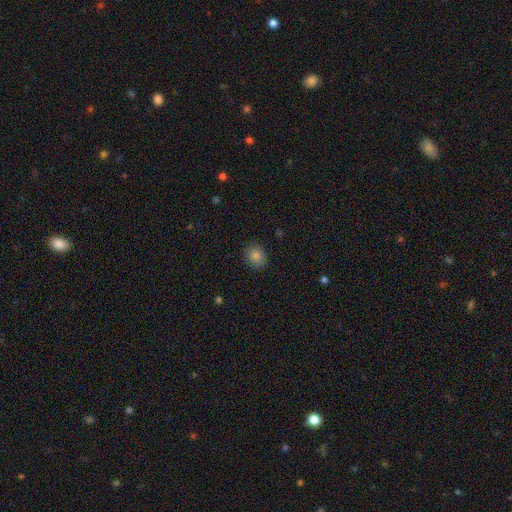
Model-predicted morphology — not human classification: smooth-or-featured: smooth: 82% | star or artifact: 10% | featured or disk: 7%
  how-rounded: round: 67% | in between: 32% | cigar-shaped: 1%
  merging: none: 86% | minor disturbance: 10% | major disturbance: 2% | merger: 1%